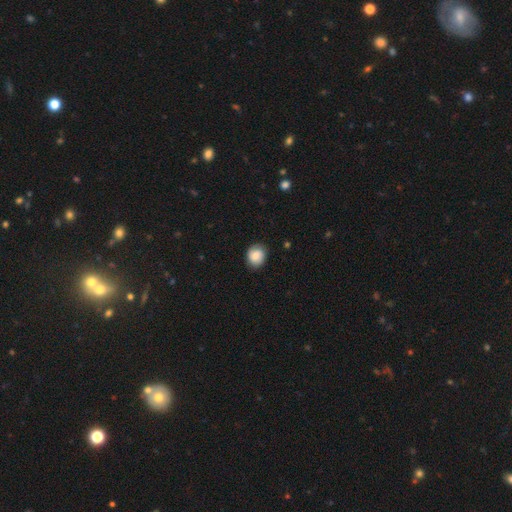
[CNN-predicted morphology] Smooth or featured?
  - smooth: 81% *
  - featured or disk: 11%
  - star or artifact: 8%
How rounded?
  - round: 68% *
  - in between: 31%
  - cigar-shaped: 1%
Merging?
  - none: 83% *
  - minor disturbance: 13%
  - major disturbance: 3%
  - merger: 1%